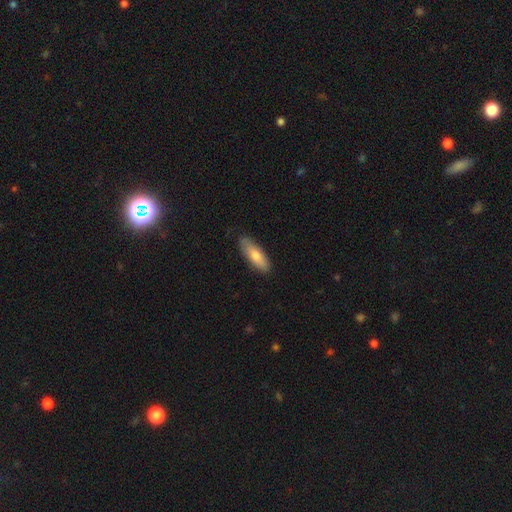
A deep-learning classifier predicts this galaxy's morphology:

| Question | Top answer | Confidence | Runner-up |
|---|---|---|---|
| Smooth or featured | smooth | 74% | featured or disk (20%) |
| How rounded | in between | 55% | cigar-shaped (44%) |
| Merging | none | 83% | minor disturbance (14%) |